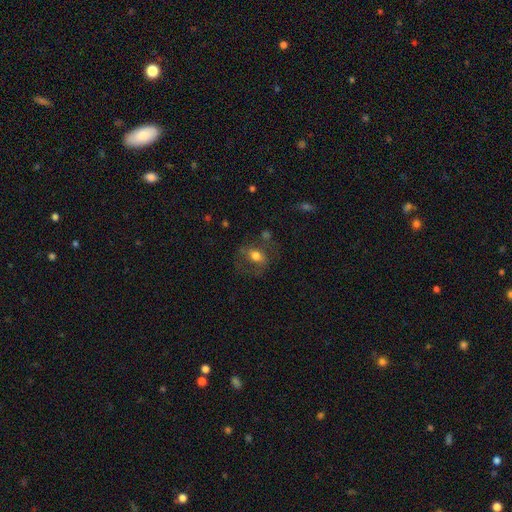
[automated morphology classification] The model was most divided on "how rounded": in between: 63%, round: 35%, cigar-shaped: 2%. More confident: smooth or featured — smooth (60%); merging — none (55%).